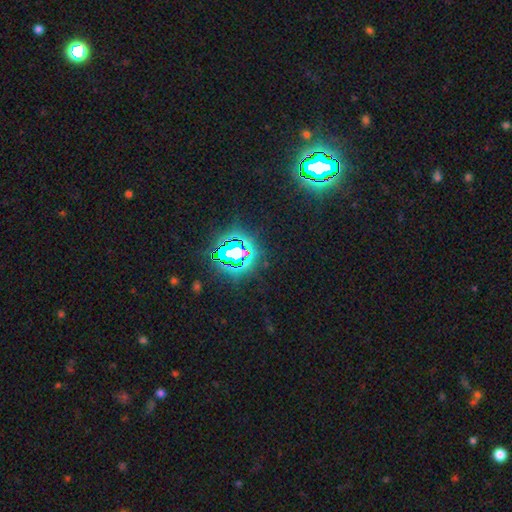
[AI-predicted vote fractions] A star or artifact, not a galaxy (82%).

Vote fractions:
- Smooth or featured? star or artifact: 82% / smooth: 11% / featured or disk: 7%